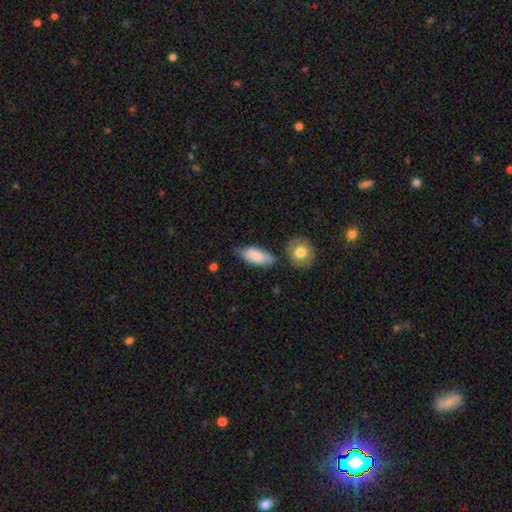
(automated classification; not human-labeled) This is clearly a smooth galaxy (84%). How rounded: clearly in between (89%). Merging: likely none (63%).